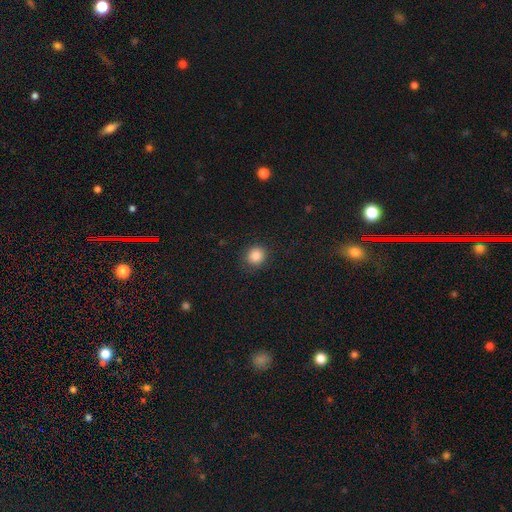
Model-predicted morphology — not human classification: Smooth or featured?
  - smooth: 86% *
  - star or artifact: 10%
  - featured or disk: 4%
How rounded?
  - round: 85% *
  - in between: 14%
  - cigar-shaped: 1%
Merging?
  - none: 86% *
  - minor disturbance: 10%
  - major disturbance: 3%
  - merger: 1%